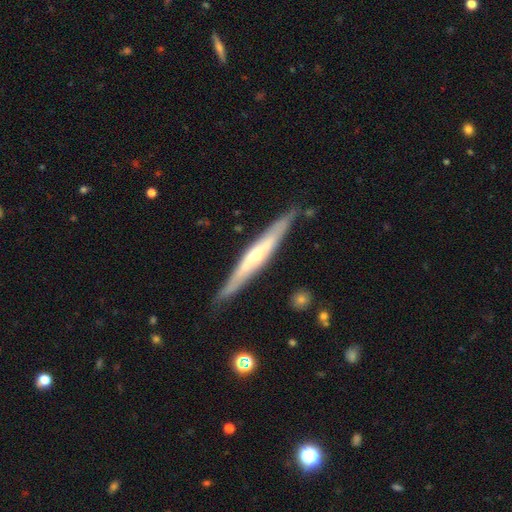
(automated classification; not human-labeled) Overall: featured or disk (70%). Edge-on disk: yes (91%). Edge-on bulge: rounded (70%). Merging: none (85%).